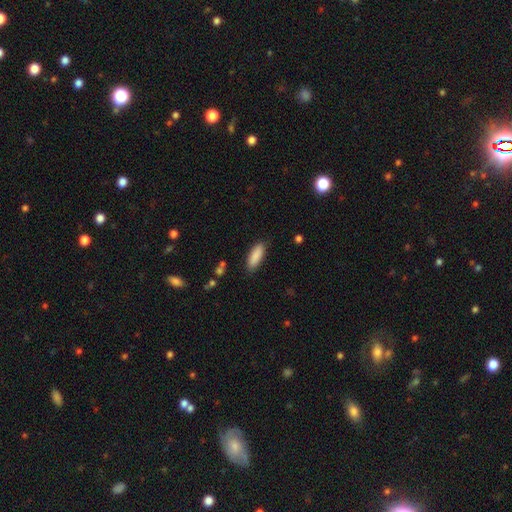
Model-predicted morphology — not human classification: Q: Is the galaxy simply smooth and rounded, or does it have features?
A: smooth — 88%.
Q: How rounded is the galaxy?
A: in between — 65%.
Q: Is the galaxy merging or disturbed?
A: none — 86%.